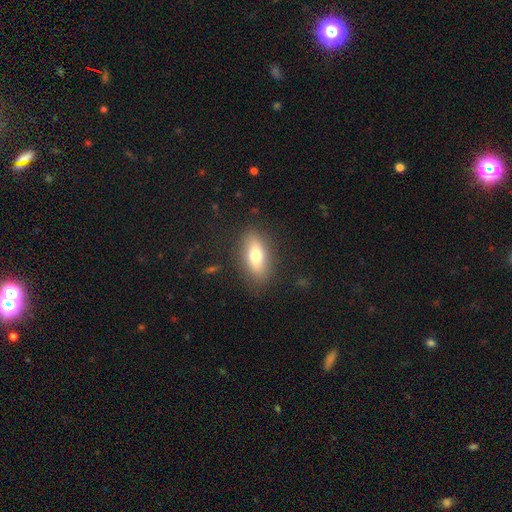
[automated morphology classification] This is likely a smooth galaxy (70%). How rounded: likely in between (79%). Merging: clearly none (84%).